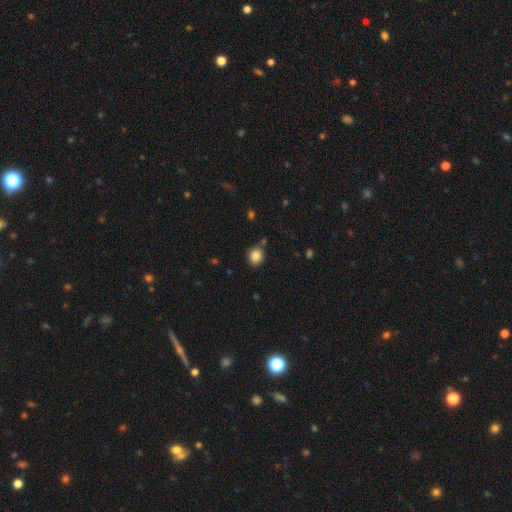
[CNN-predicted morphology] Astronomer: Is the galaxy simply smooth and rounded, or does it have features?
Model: smooth — 85%.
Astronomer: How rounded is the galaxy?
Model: round — 78%.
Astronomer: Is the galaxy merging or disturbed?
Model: none — 81%.